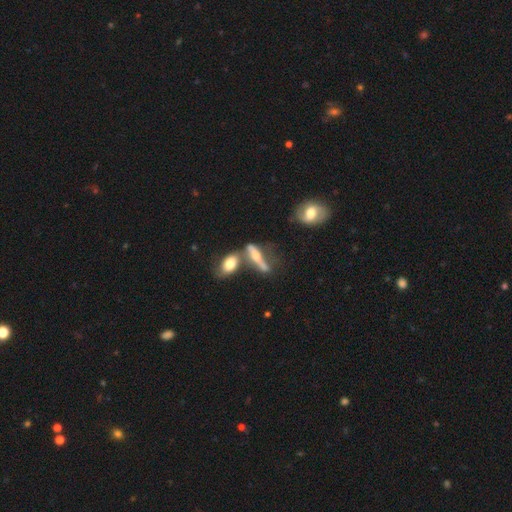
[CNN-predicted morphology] Smooth or featured?
  - featured or disk: 57% *
  - smooth: 33%
  - star or artifact: 10%
Edge-on disk?
  - yes: 66% *
  - no: 34%
Merging?
  - none: 40% *
  - merger: 32%
  - minor disturbance: 16%
  - major disturbance: 11%